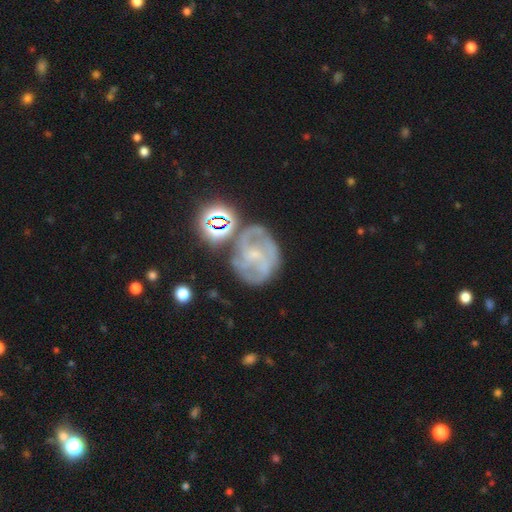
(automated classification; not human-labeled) Morphology: type=featured or disk (67%); edge-on=no (97%); bar=no (54%); spiral arms=yes (75%); bulge=small (67%); merging=none (54%).